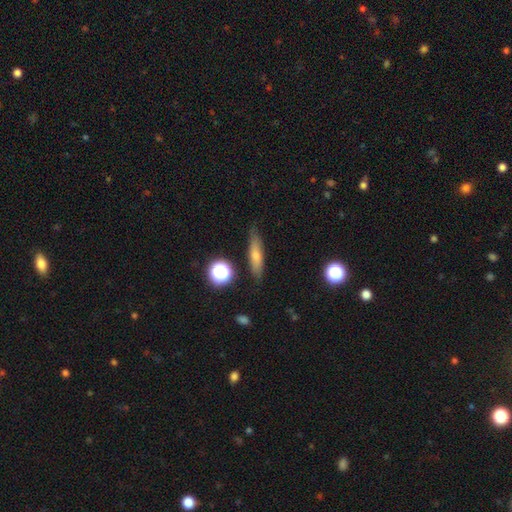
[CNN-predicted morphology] Smooth or featured?
  - smooth: 54% *
  - featured or disk: 33%
  - star or artifact: 12%
How rounded?
  - cigar-shaped: 77% *
  - in between: 17%
  - round: 6%
Merging?
  - none: 84% *
  - minor disturbance: 11%
  - major disturbance: 3%
  - merger: 2%